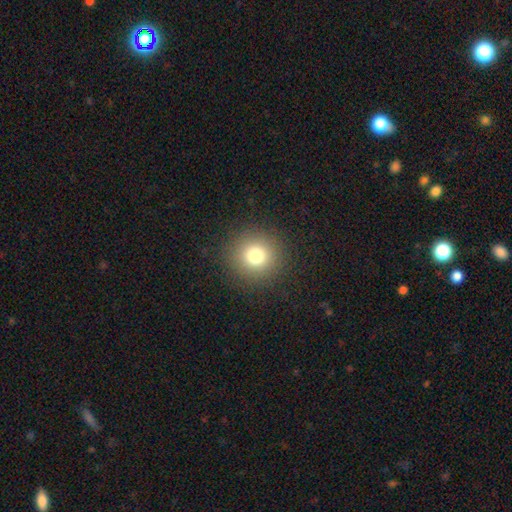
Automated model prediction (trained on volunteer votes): smooth-or-featured: smooth: 77% | star or artifact: 15% | featured or disk: 8%
  how-rounded: round: 94% | in between: 5% | cigar-shaped: 1%
  merging: none: 90% | minor disturbance: 6% | major disturbance: 3% | merger: 1%